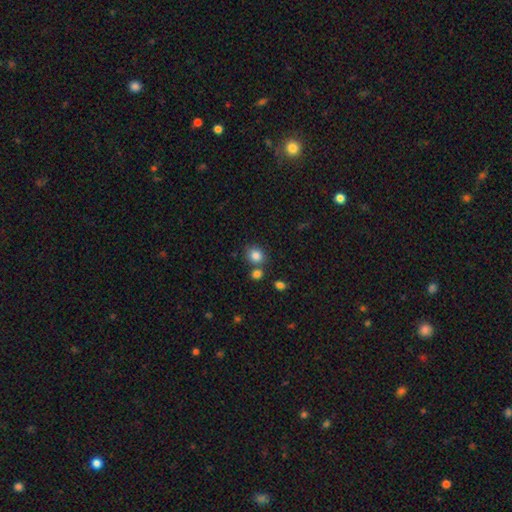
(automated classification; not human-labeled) Smooth or featured? Predicted: smooth (p=0.83). How rounded? Predicted: round (p=0.75). Merging? Predicted: none (p=0.67).